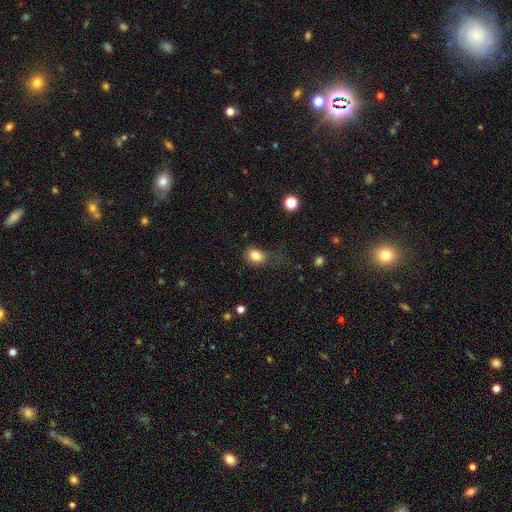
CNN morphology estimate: The model was most divided on "how rounded": in between: 57%, round: 42%, cigar-shaped: 1%. More confident: smooth or featured — smooth (82%); merging — none (56%).